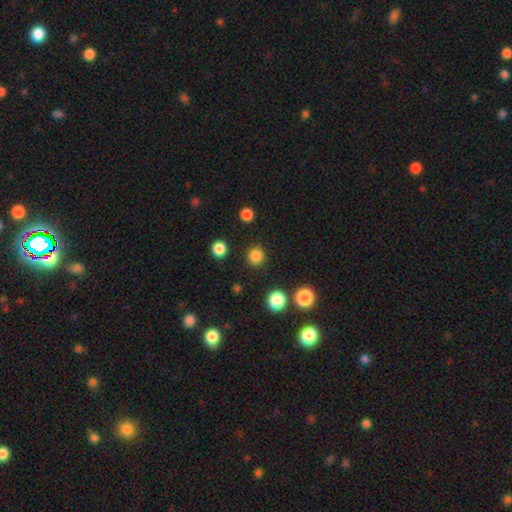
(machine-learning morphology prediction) smooth_or_featured: smooth (p=0.84) [alt: star or artifact p=0.13]
how_rounded: round (p=0.93) [alt: in between p=0.06]
merging: none (p=0.90) [alt: minor disturbance p=0.05]